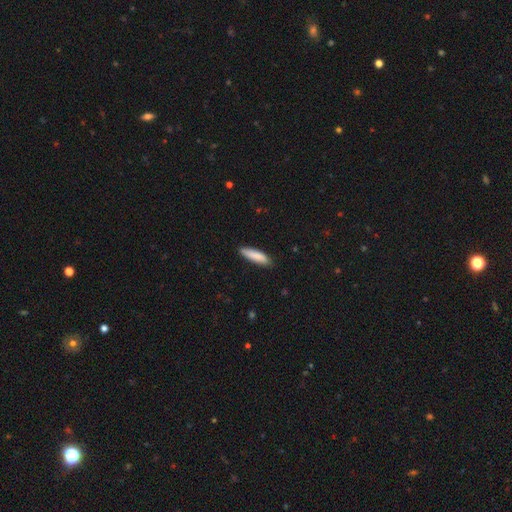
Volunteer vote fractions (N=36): Morphology: type=smooth (94%); roundness=cigar-shaped (53%); merging=none (83%).